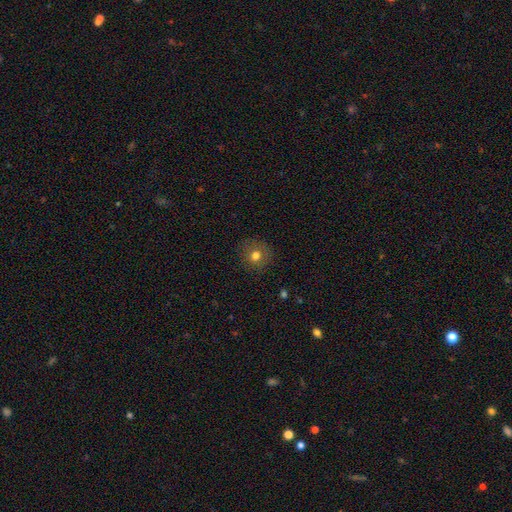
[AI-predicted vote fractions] Morphology: type=smooth (73%); roundness=round (89%); merging=none (87%).